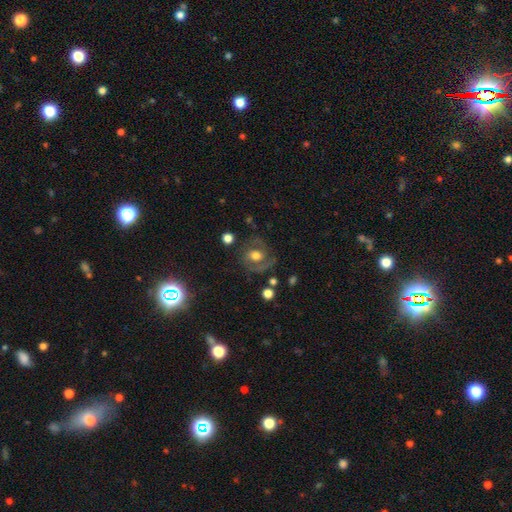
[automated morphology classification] This is likely a featured or disk galaxy (61%). It is clearly not viewed edge-on (97%). Bar: possibly no (60%). Spiral arm pattern: likely yes (75%). Central bulge: likely moderate (65%). Merging: likely none (69%).